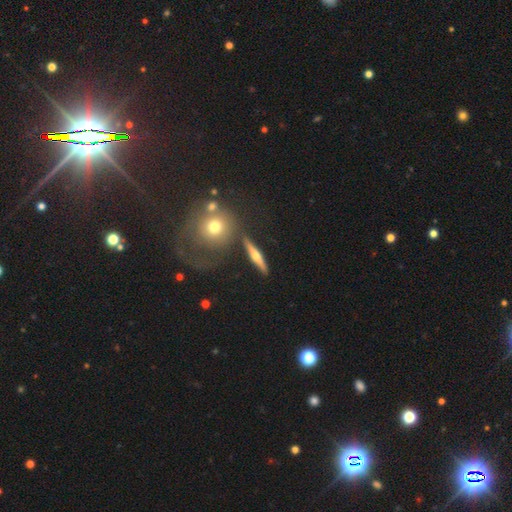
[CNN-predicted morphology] A featured or disk galaxy (65%) viewed edge-on (94%) with a rounded central bulge (92%).

Vote fractions:
- Smooth or featured? featured or disk: 65% / smooth: 28% / star or artifact: 7%
- Edge-on disk? yes: 94% / no: 6%
- Edge-on bulge? rounded: 92% / none: 5% / boxy: 3%
- Merging? none: 84% / minor disturbance: 8% / merger: 5% / major disturbance: 3%